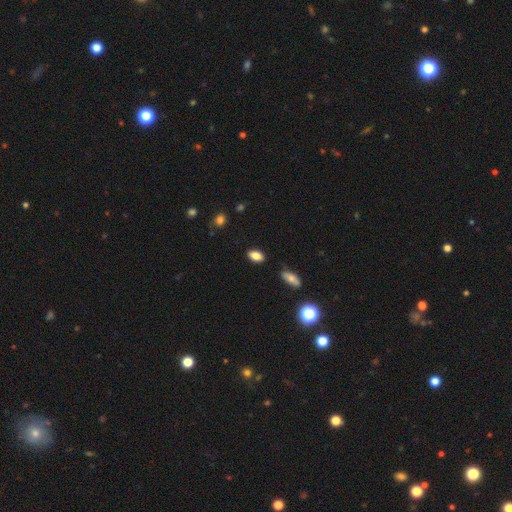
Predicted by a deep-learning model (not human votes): Smooth or featured: smooth — 83% (star or artifact — 9%)
How rounded: in between — 89% (round — 6%)
Merging: none — 85% (minor disturbance — 11%)